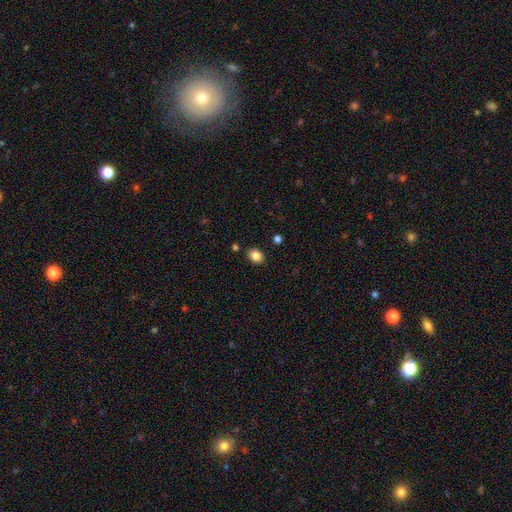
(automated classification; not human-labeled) Smooth or featured?
  - smooth: 85% *
  - star or artifact: 10%
  - featured or disk: 4%
How rounded?
  - round: 53% *
  - in between: 46%
  - cigar-shaped: 1%
Merging?
  - none: 87% *
  - minor disturbance: 8%
  - merger: 3%
  - major disturbance: 2%